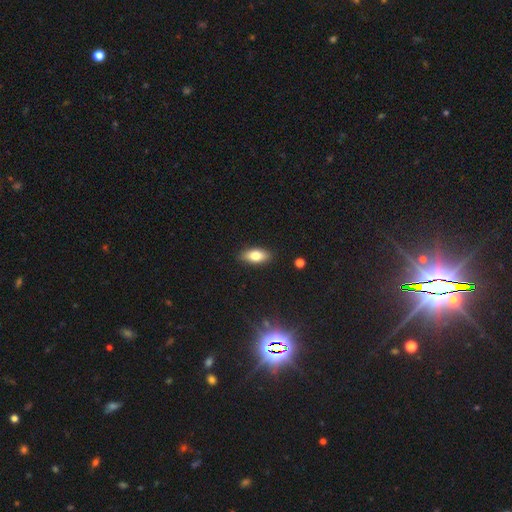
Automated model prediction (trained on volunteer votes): This is likely a smooth galaxy (78%). How rounded: clearly in between (85%). Merging: clearly none (88%).